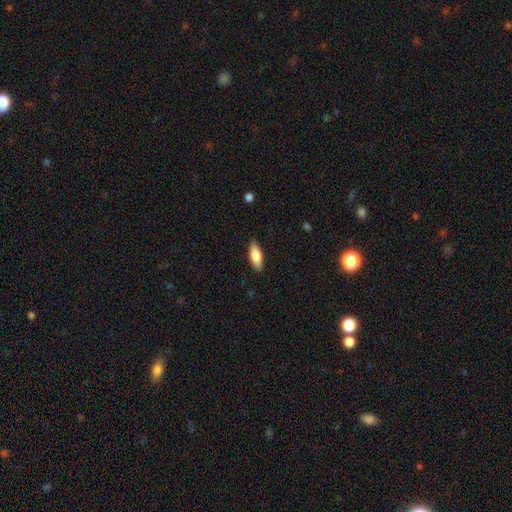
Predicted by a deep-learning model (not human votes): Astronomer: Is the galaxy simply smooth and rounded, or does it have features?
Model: smooth — 75%.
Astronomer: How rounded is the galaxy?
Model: in between — 59% (runner-up: cigar-shaped, 39%).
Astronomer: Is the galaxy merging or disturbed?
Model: none — 88%.